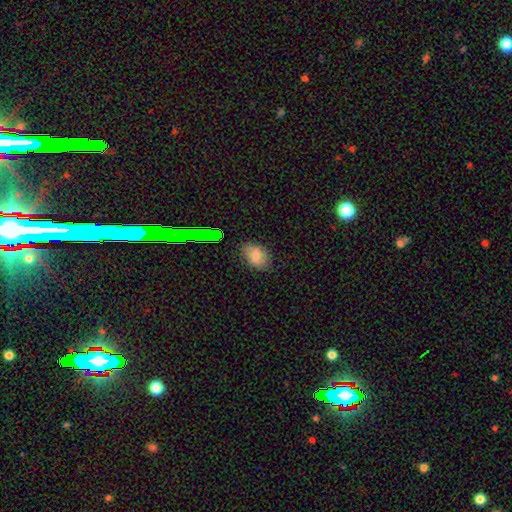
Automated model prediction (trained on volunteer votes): A smooth galaxy with no disk features (72%) that is in between round and cigar-shaped (79%).

Vote fractions:
- Smooth or featured? smooth: 72% / featured or disk: 17% / star or artifact: 11%
- How rounded? in between: 79% / round: 20% / cigar-shaped: 1%
- Merging? none: 77% / minor disturbance: 17% / major disturbance: 4% / merger: 2%